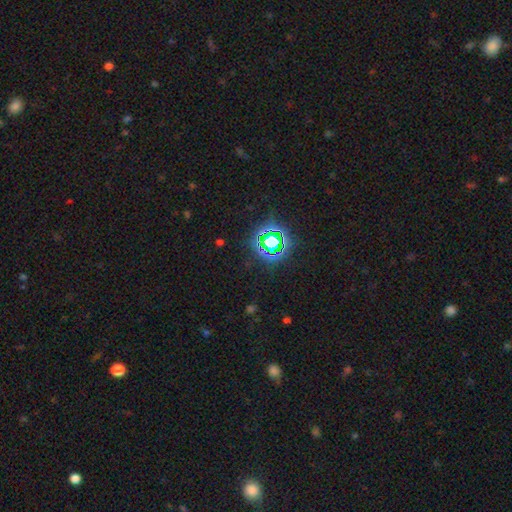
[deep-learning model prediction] Smooth or featured: star or artifact — 79% (smooth — 14%)